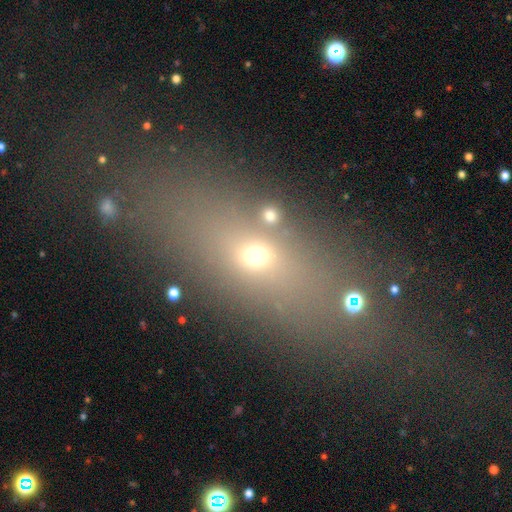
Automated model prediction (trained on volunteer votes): Smooth or featured? Predicted: smooth (p=0.52). How rounded? Predicted: in between (p=0.57). Merging? Predicted: none (p=0.72).